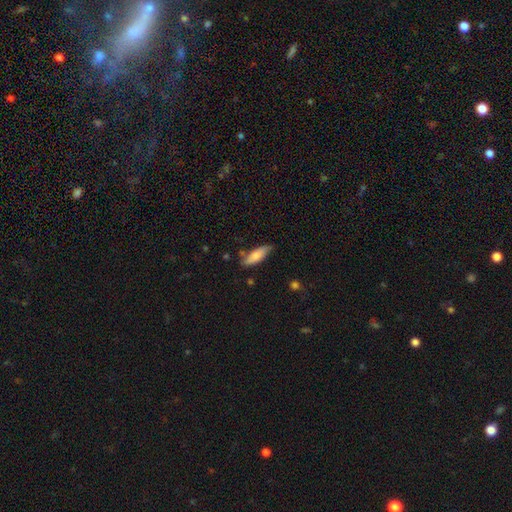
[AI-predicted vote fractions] Smooth or featured? smooth (74%)
How rounded? in between (53%)
Merging? none (72%)